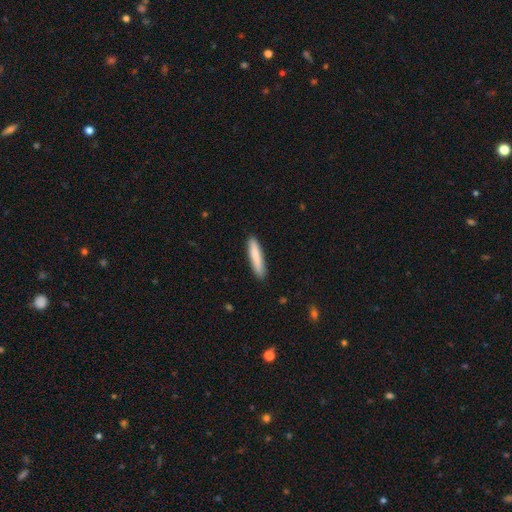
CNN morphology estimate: type=smooth (82%); roundness=cigar-shaped (89%); merging=none (88%).